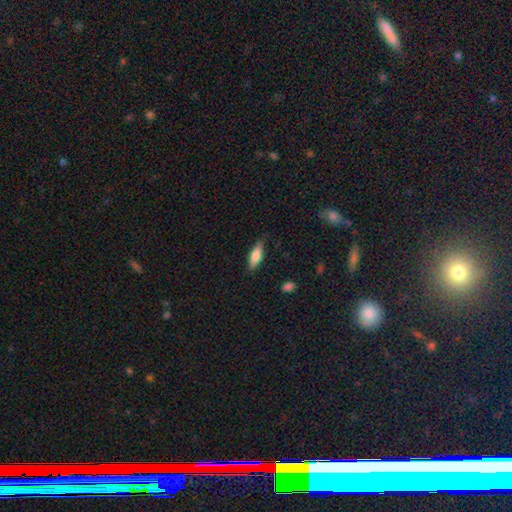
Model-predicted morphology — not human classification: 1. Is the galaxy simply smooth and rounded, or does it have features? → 69% smooth, 25% featured or disk, 6% star or artifact.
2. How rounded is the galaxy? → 49% in between (tied), 49% cigar-shaped (tied), 2% round.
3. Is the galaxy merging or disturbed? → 80% none, 16% minor disturbance, 3% major disturbance, 1% merger.